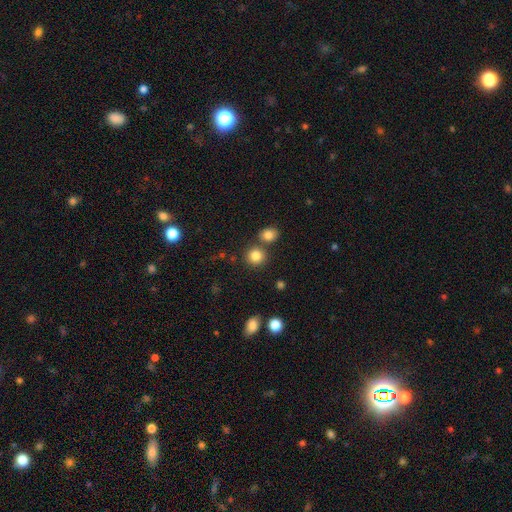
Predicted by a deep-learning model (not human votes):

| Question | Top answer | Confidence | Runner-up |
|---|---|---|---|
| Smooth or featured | smooth | 84% | star or artifact (11%) |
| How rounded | round | 88% | in between (11%) |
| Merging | none | 74% | merger (15%) |